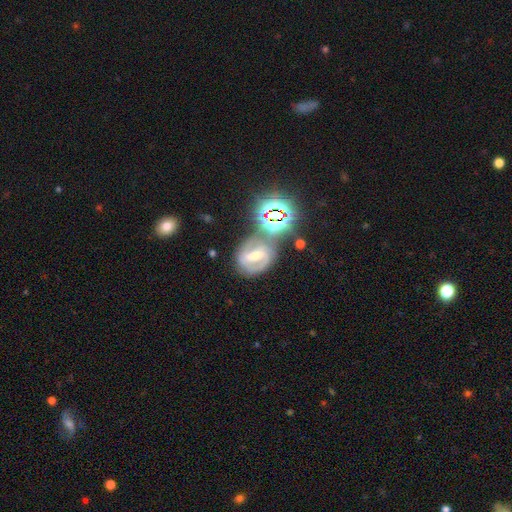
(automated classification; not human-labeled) Smooth or featured: featured or disk — 60% (star or artifact — 24%)
Edge-on disk: no — 95% (yes — 5%)
Bar: strong — 50% (weak — 35%)
Spiral arms: yes — 76% (no — 24%)
Bulge size: moderate — 55% (small — 36%)
Merging: none — 61% (minor disturbance — 16%)